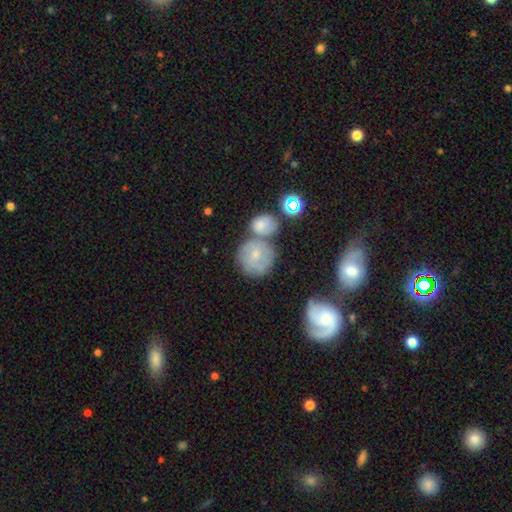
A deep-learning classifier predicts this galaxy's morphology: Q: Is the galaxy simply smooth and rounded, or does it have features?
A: smooth — 57%.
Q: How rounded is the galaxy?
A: round — 86%.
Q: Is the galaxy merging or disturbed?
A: none — 45%.